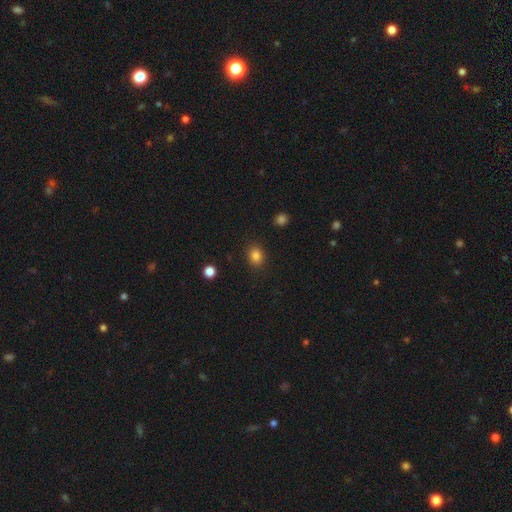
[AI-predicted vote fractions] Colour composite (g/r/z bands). It shows a smooth galaxy with no disk features (84%) that is round (59%). Merging: none (88%).